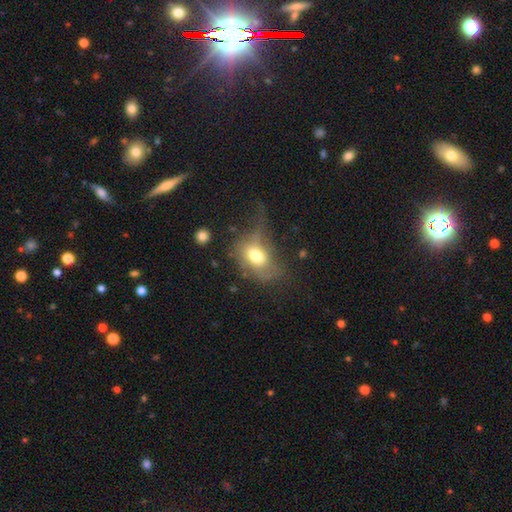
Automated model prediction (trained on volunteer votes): Overall: smooth (63%; featured or disk 28%). How rounded: in between (75%). Merging: major disturbance (47%; none 25%).